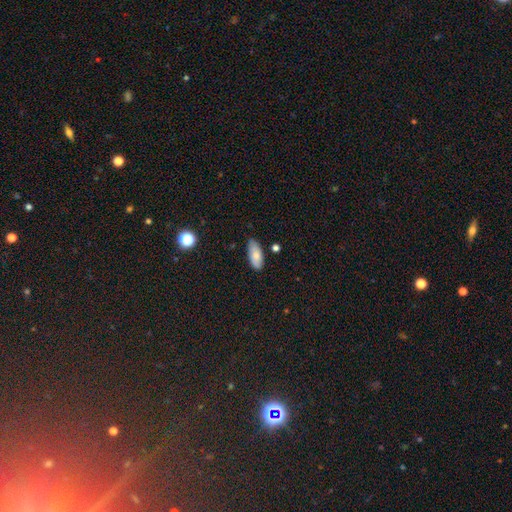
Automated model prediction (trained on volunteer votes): Smooth or featured?
  - smooth: 77% *
  - featured or disk: 15%
  - star or artifact: 7%
How rounded?
  - in between: 87% *
  - cigar-shaped: 11%
  - round: 2%
Merging?
  - none: 77% *
  - minor disturbance: 18%
  - major disturbance: 3%
  - merger: 2%